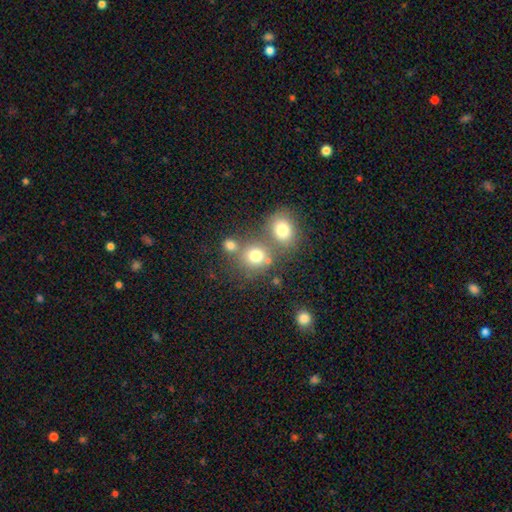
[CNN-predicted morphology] The model was most divided on "merging": none: 53%, merger: 34%, minor disturbance: 9%, major disturbance: 5%. More confident: how rounded — round (81%); smooth or featured — smooth (75%).